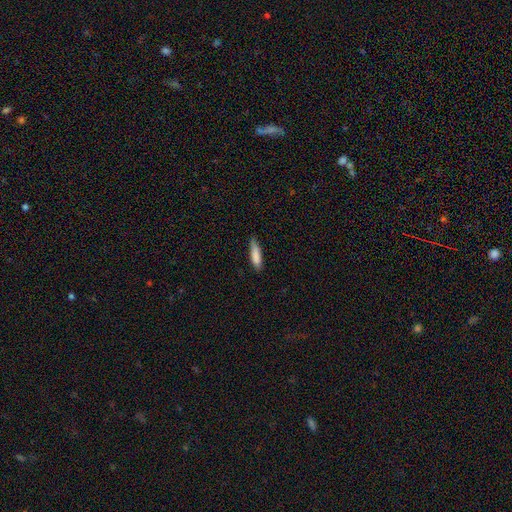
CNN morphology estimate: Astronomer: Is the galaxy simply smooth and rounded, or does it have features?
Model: smooth — 85%.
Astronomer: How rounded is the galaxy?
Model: cigar-shaped — 71%.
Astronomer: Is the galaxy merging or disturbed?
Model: none — 75%.